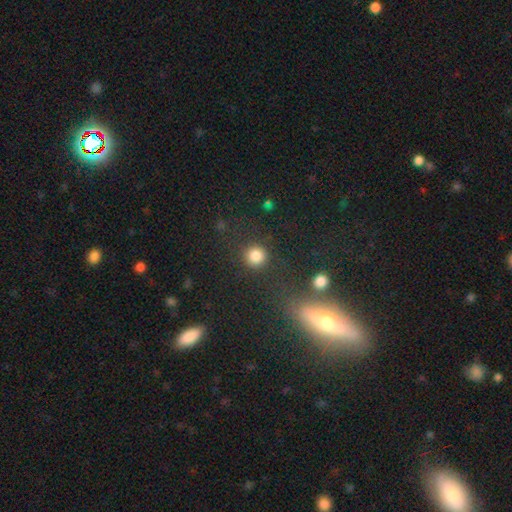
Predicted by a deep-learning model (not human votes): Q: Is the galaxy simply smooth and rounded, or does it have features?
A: smooth — 83%.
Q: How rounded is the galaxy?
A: round — 92%.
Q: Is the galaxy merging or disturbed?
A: none — 84%.